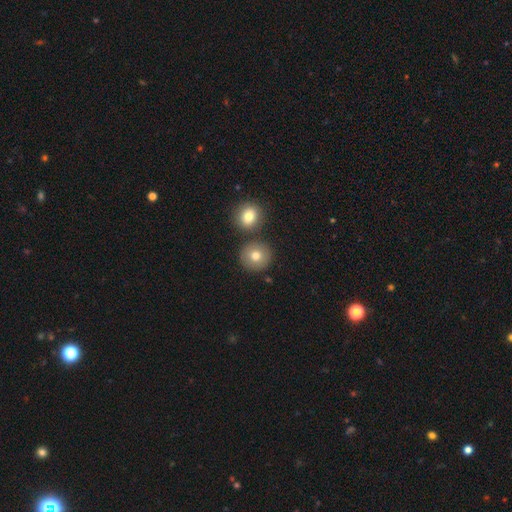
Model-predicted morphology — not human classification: type=smooth (77%); roundness=round (92%); merging=none (78%).